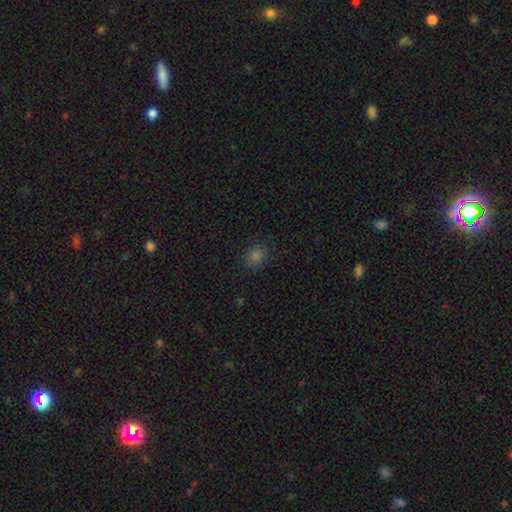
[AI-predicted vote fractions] Smooth or featured: smooth — 77% (star or artifact — 19%)
How rounded: round — 68% (in between — 31%)
Merging: none — 86% (minor disturbance — 10%)